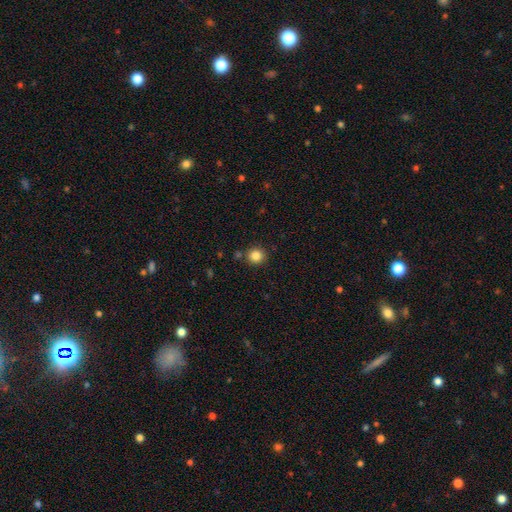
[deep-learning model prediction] Smooth or featured? Predicted: smooth (p=0.85). How rounded? Predicted: round (p=0.93). Merging? Predicted: none (p=0.85).